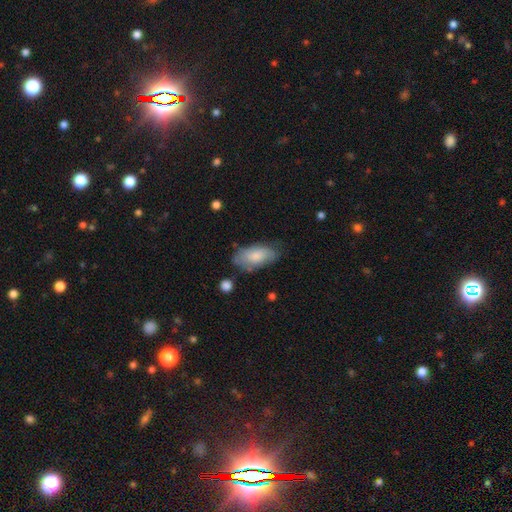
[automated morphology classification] smooth-or-featured: smooth: 73% | featured or disk: 21% | star or artifact: 6%
  how-rounded: in between: 92% | cigar-shaped: 5% | round: 3%
  merging: none: 63% | minor disturbance: 27% | major disturbance: 8% | merger: 3%